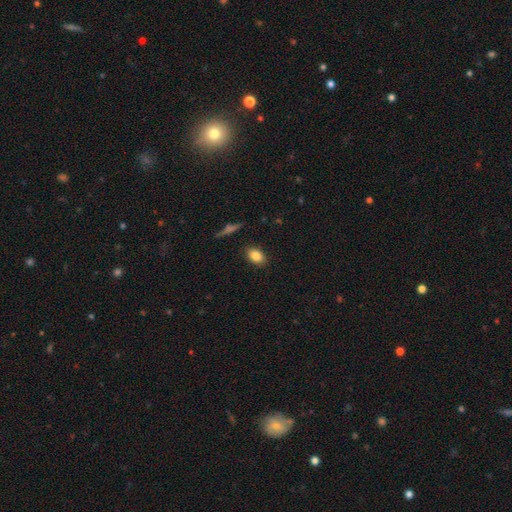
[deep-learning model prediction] The model was most divided on "how rounded": in between: 81%, round: 17%, cigar-shaped: 2%. More confident: merging — none (87%); smooth or featured — smooth (85%).